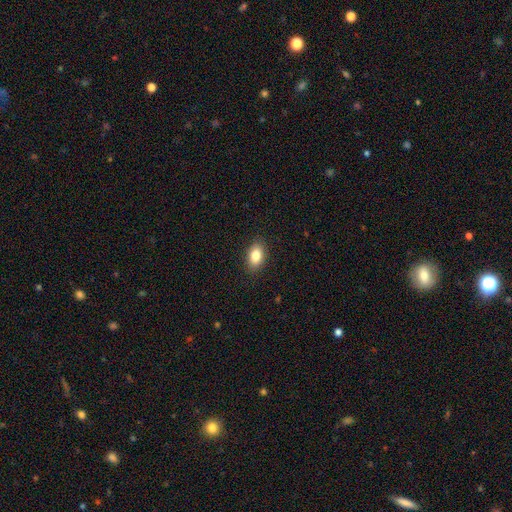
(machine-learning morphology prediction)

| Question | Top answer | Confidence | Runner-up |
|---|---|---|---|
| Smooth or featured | smooth | 84% | featured or disk (9%) |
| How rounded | in between | 89% | round (9%) |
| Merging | none | 89% | minor disturbance (8%) |